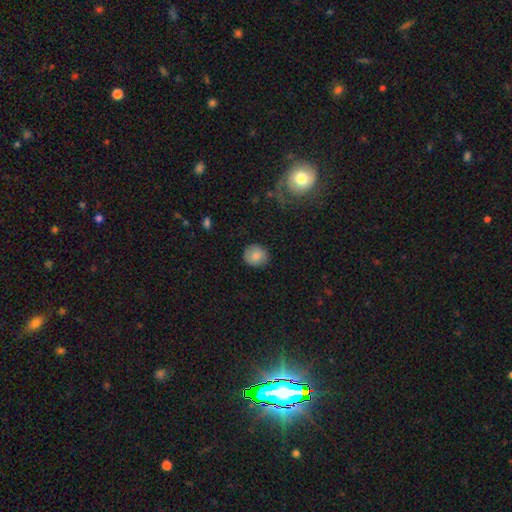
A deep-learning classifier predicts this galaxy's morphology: A smooth galaxy with no disk features (82%) that is round (83%).

Vote fractions:
- Smooth or featured? smooth: 82% / featured or disk: 10% / star or artifact: 8%
- How rounded? round: 83% / in between: 16% / cigar-shaped: 1%
- Merging? none: 85% / minor disturbance: 11% / major disturbance: 3% / merger: 1%